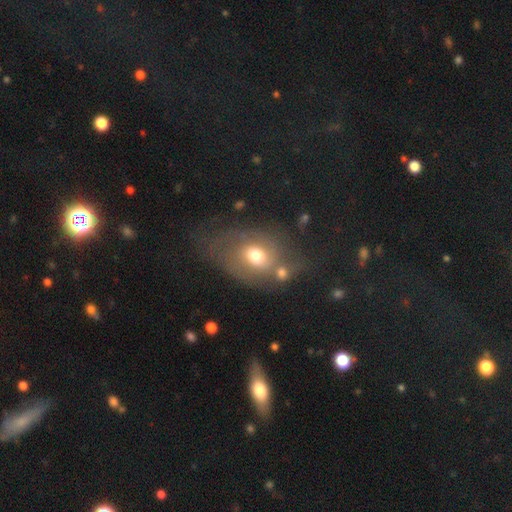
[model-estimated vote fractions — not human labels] This appears to be a smooth galaxy with no disk features (47%). Merging: none (39%).